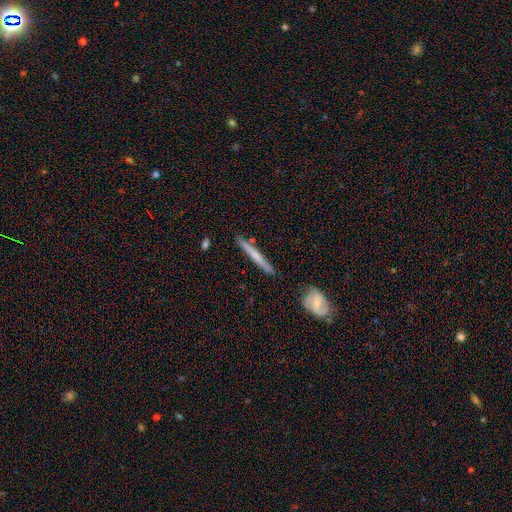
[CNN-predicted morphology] This appears to be a smooth galaxy with no disk features (54%) that is cigar-shaped (96%). Merging: none (86%).